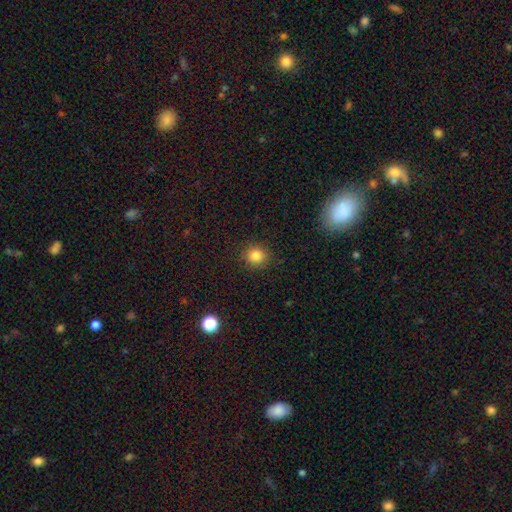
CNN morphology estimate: Smooth or featured? Predicted: smooth (p=0.84). How rounded? Predicted: round (p=0.88). Merging? Predicted: none (p=0.89).